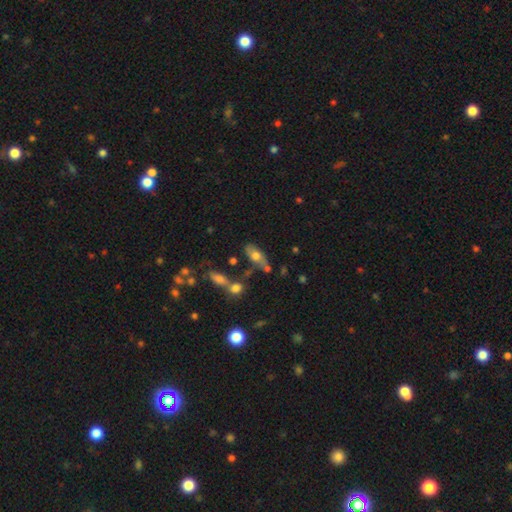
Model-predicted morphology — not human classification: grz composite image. It shows a smooth galaxy with no disk features (62%) that is in between round and cigar-shaped (78%). Merging: none (50%).